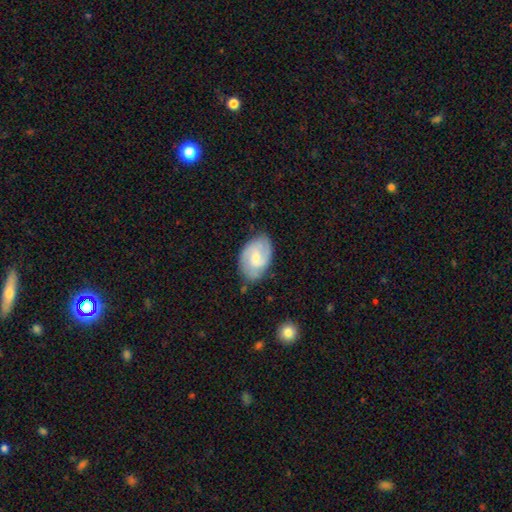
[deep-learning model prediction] smooth_or_featured: featured or disk (p=0.73) [alt: smooth p=0.22]
disk_edge_on: no (p=0.97) [alt: yes p=0.03]
bar: weak (p=0.50) [alt: no p=0.41]
has_spiral_arms: yes (p=0.94) [alt: no p=0.06]
spiral_winding: medium (p=0.45) [alt: tight p=0.42]
spiral_arm_count: 2 (p=0.73) [alt: can't tell p=0.12]
bulge_size: small (p=0.52) [alt: moderate p=0.41]
merging: none (p=0.76) [alt: minor disturbance p=0.19]